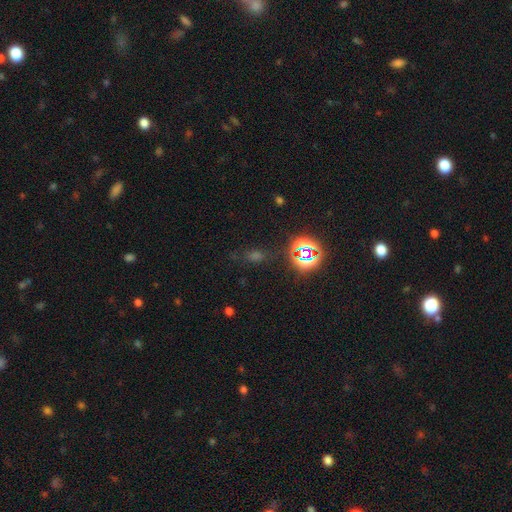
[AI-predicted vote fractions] Smooth or featured? Predicted: star or artifact (p=0.54).